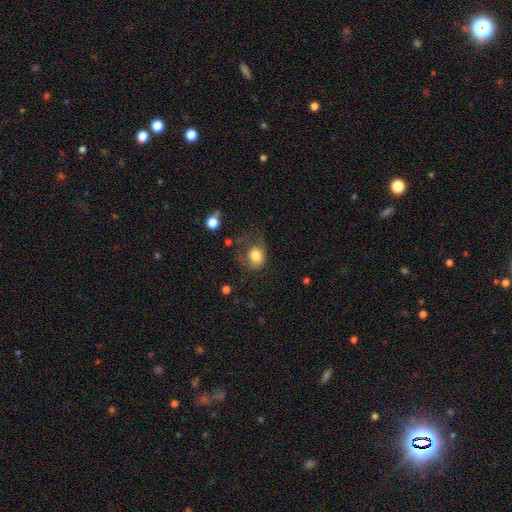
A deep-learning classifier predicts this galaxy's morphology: A smooth galaxy with no disk features (78%) that is round (62%).

Vote fractions:
- Smooth or featured? smooth: 78% / featured or disk: 13% / star or artifact: 9%
- How rounded? round: 62% / in between: 37% / cigar-shaped: 1%
- Merging? major disturbance: 37% / none: 33% / minor disturbance: 26% / merger: 4%